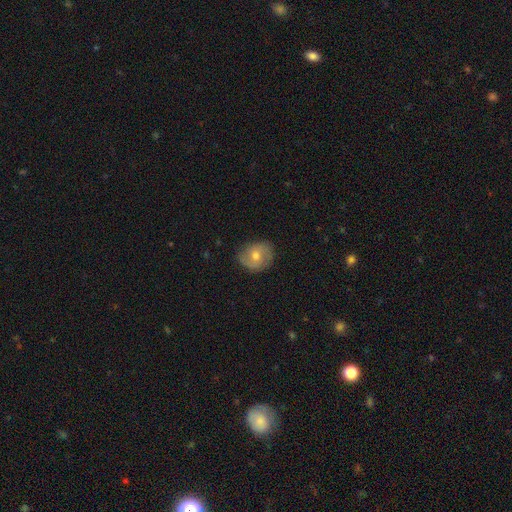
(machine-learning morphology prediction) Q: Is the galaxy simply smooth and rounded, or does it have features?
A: featured or disk — 49%.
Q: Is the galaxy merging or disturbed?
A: none — 76%.